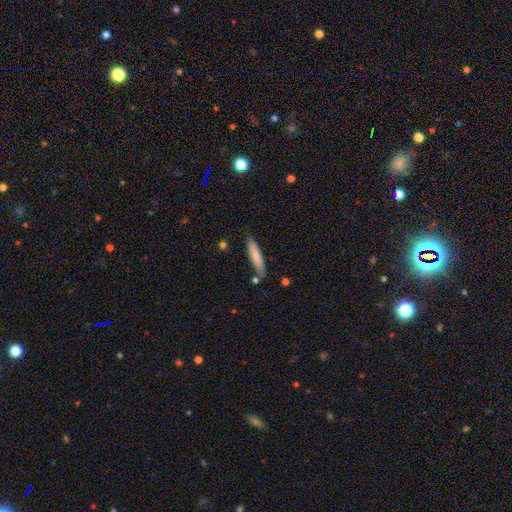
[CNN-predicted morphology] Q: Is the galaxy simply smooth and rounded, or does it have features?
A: smooth — 79%.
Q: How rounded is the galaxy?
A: cigar-shaped — 84%.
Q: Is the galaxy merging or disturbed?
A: none — 77%.